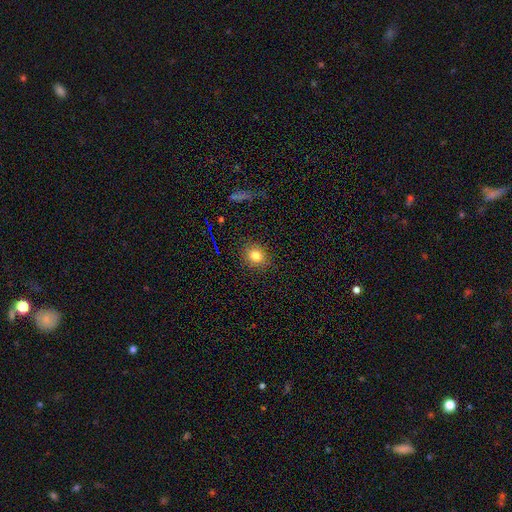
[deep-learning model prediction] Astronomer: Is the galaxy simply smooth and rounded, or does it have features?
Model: smooth — 78%.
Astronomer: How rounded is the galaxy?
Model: round — 81%.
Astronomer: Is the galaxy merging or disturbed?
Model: none — 88%.